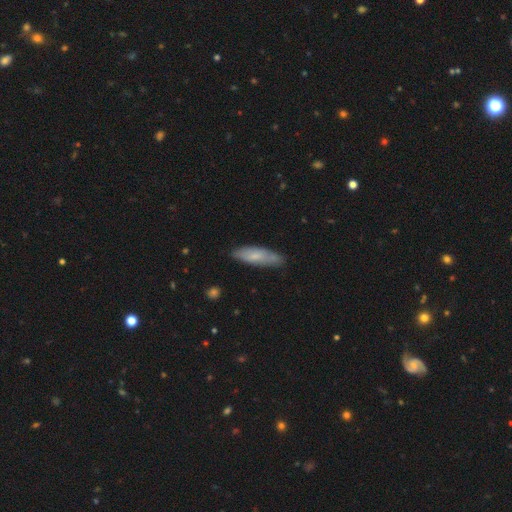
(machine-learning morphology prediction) Smooth or featured? Predicted: smooth (p=0.68). How rounded? Predicted: cigar-shaped (p=0.53). Merging? Predicted: none (p=0.77).